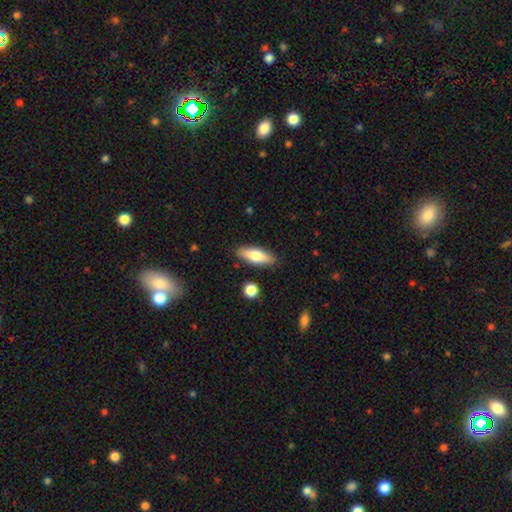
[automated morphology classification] This is likely a smooth galaxy (72%). How rounded: likely in between (61%). Merging: clearly none (86%).